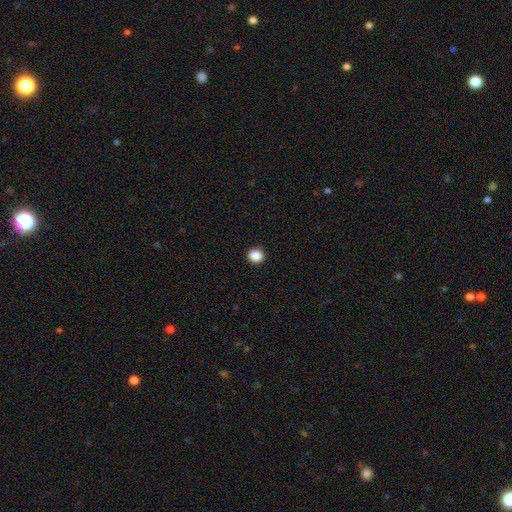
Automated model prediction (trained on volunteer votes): This is clearly a smooth galaxy (87%). How rounded: clearly round (81%). Merging: clearly none (92%).